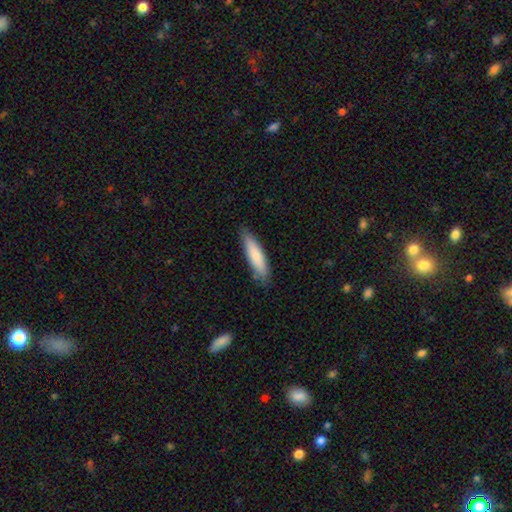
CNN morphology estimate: The model was most divided on "how rounded": cigar-shaped: 76%, in between: 23%, round: 1%. More confident: merging — none (84%); smooth or featured — smooth (80%).